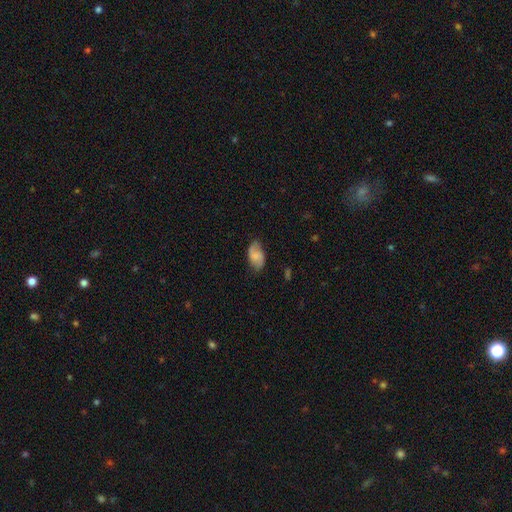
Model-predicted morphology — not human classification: Smooth or featured: smooth — 57% (featured or disk — 35%)
How rounded: in between — 91% (round — 6%)
Merging: none — 71% (minor disturbance — 22%)